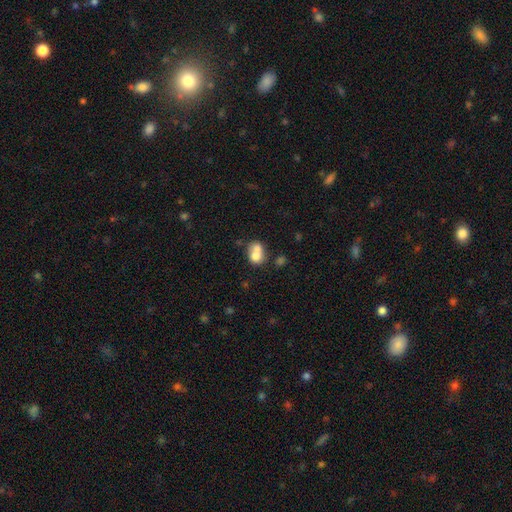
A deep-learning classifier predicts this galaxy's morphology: Q: Smooth or featured?
A: smooth (69%); runner-up: featured or disk (21%)
Q: How rounded?
A: round (59%); runner-up: in between (40%)
Q: Merging?
A: merger (64%); runner-up: none (25%)